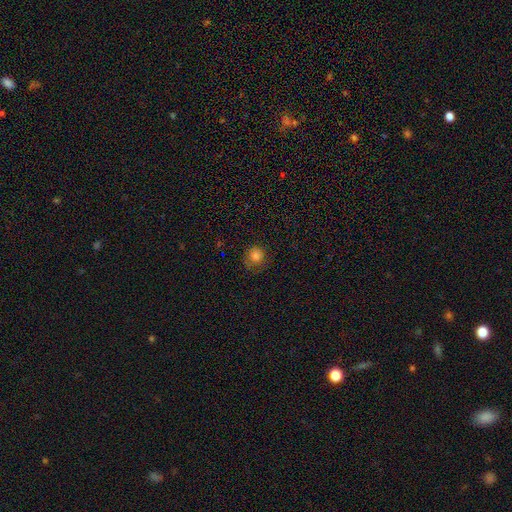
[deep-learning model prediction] Smooth or featured? smooth (80%)
How rounded? round (87%)
Merging? none (72%)